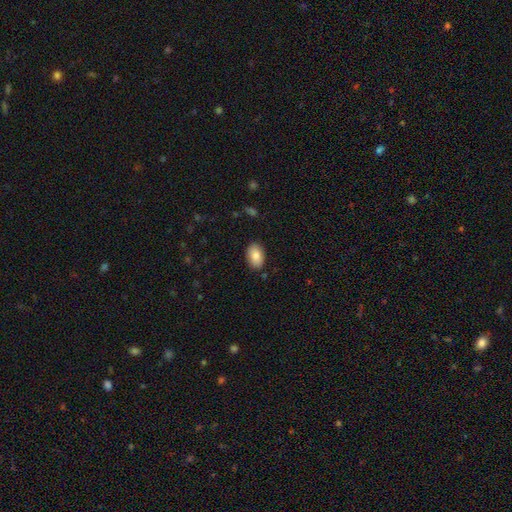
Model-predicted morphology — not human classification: This appears to be a smooth galaxy with no disk features (85%) that is in between round and cigar-shaped (91%). Merging: none (87%).